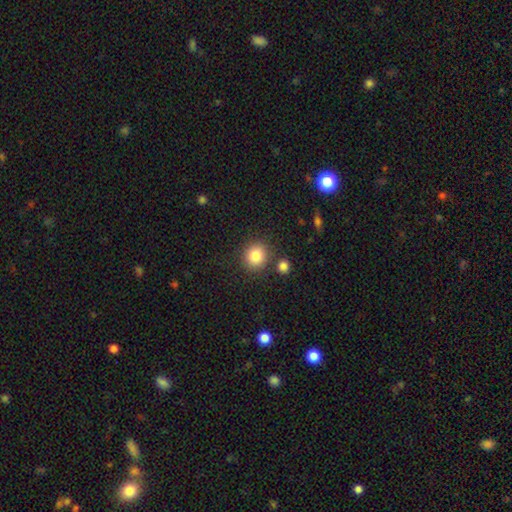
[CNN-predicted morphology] This appears to be a smooth galaxy with no disk features (84%) that is round (83%). Merging: none (81%).